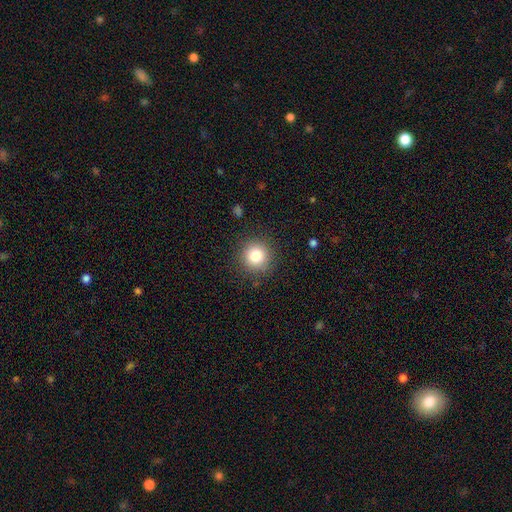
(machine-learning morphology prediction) Smooth or featured: smooth — 81% (star or artifact — 12%)
How rounded: round — 94% (in between — 5%)
Merging: none — 88% (minor disturbance — 8%)